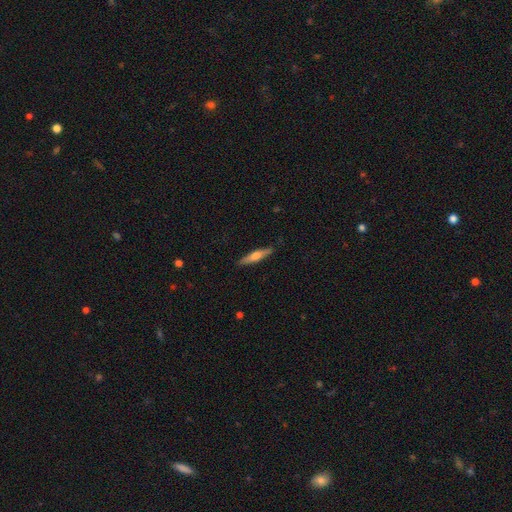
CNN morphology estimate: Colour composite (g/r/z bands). It shows a featured or disk galaxy (48%). Merging: none (88%).